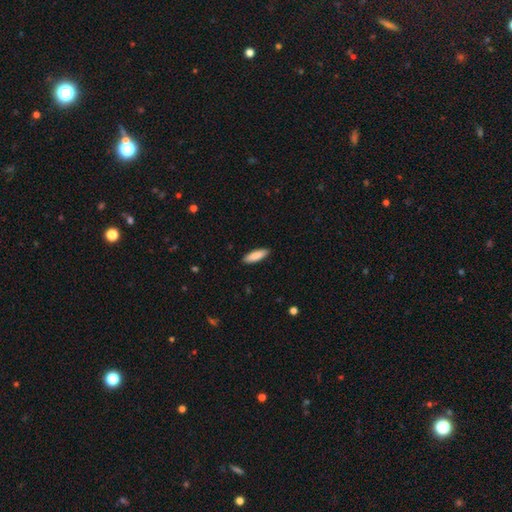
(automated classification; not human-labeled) A smooth galaxy with no disk features (88%) that is in between round and cigar-shaped (54%).

Vote fractions:
- Smooth or featured? smooth: 88% / featured or disk: 7% / star or artifact: 5%
- How rounded? in between: 54% / cigar-shaped: 45% / round: 1%
- Merging? none: 89% / minor disturbance: 8% / major disturbance: 2% / merger: 1%